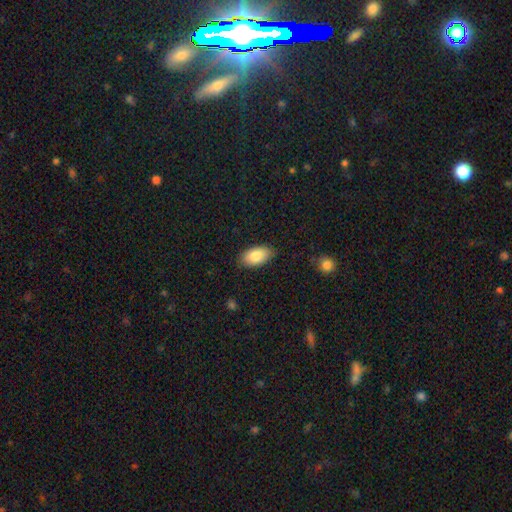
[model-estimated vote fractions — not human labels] Smooth or featured? smooth (84%)
How rounded? in between (94%)
Merging? none (84%)